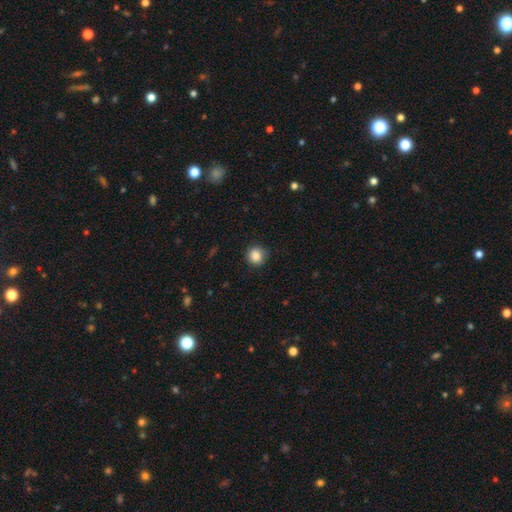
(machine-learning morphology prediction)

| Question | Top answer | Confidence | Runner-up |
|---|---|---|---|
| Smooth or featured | smooth | 87% | star or artifact (9%) |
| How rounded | round | 88% | in between (11%) |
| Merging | none | 82% | minor disturbance (14%) |